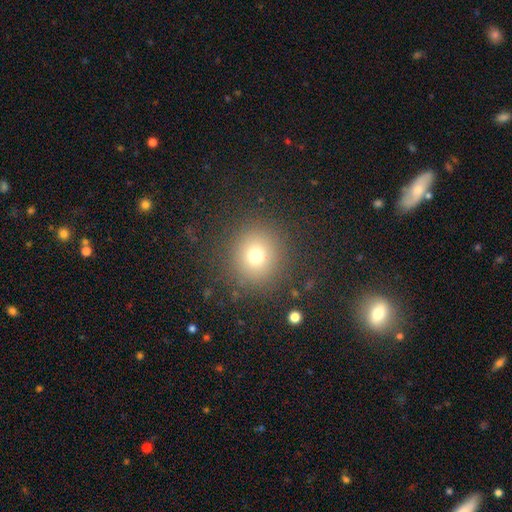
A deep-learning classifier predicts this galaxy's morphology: Overall: smooth (72%). How rounded: round (90%). Merging: none (88%).